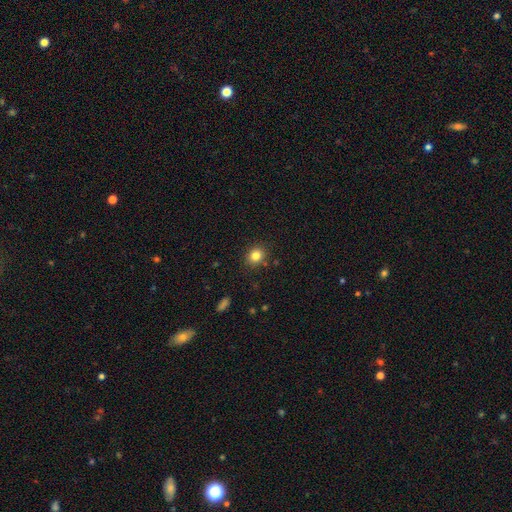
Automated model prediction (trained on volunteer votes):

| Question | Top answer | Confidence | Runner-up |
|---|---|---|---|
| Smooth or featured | smooth | 82% | star or artifact (11%) |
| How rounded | round | 70% | in between (29%) |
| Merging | none | 87% | minor disturbance (9%) |